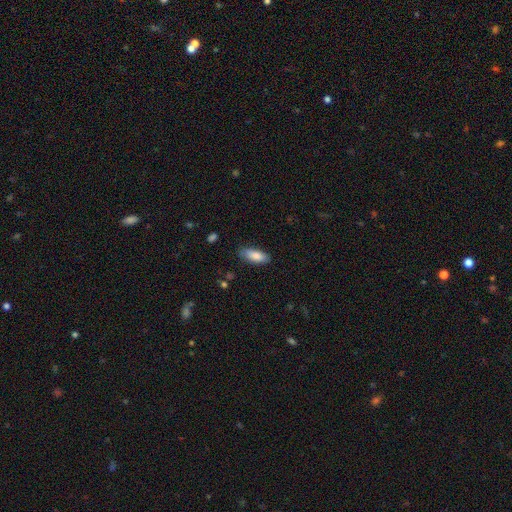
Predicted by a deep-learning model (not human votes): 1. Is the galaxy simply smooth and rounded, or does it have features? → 84% smooth, 10% featured or disk, 6% star or artifact.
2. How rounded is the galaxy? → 74% in between, 25% cigar-shaped, 2% round.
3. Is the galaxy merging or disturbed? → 82% none, 14% minor disturbance, 3% major disturbance, 1% merger.